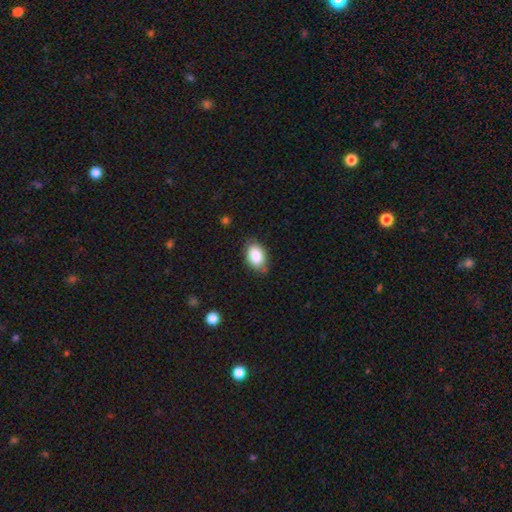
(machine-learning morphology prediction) Smooth or featured? smooth (87%)
How rounded? in between (88%)
Merging? none (76%)